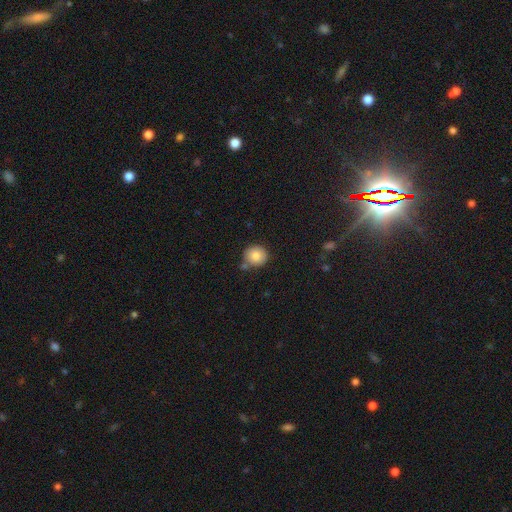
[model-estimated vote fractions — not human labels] Smooth or featured? smooth (84%)
How rounded? round (90%)
Merging? none (76%)